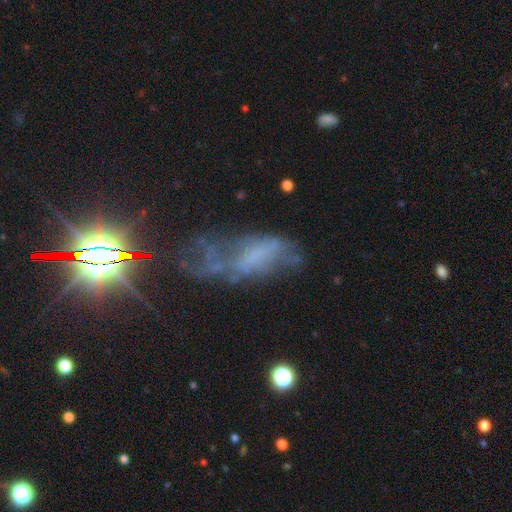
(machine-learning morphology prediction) A featured or disk galaxy (48%). Merging: major disturbance (37%).